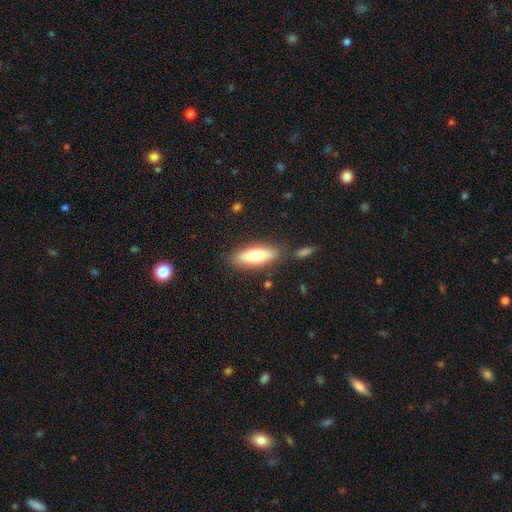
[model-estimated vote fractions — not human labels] The model was most divided on "how rounded": in between: 58%, cigar-shaped: 40%, round: 2%. More confident: merging — none (79%); smooth or featured — smooth (77%).